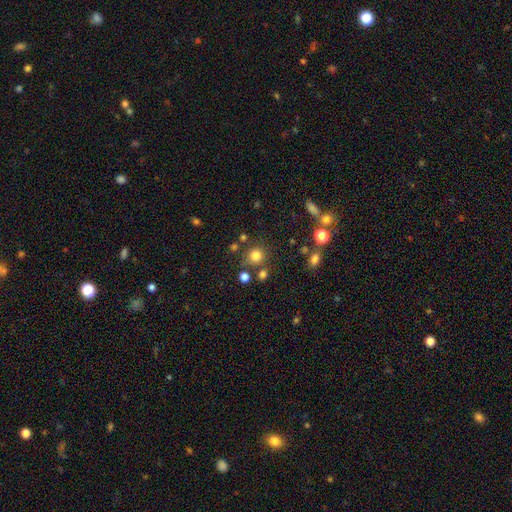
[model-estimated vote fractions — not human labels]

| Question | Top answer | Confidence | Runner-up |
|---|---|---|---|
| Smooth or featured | smooth | 78% | star or artifact (15%) |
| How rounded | round | 89% | in between (10%) |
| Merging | none | 76% | minor disturbance (10%) |